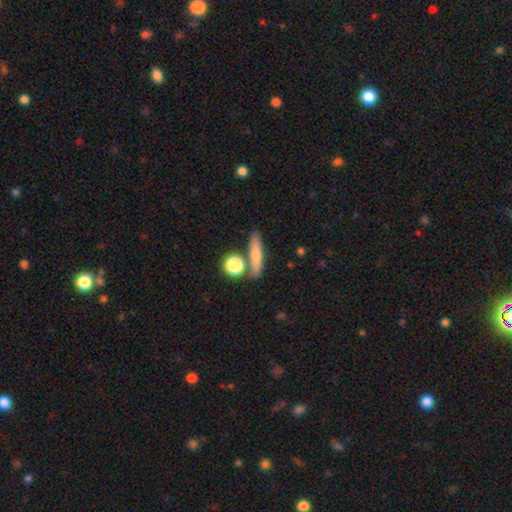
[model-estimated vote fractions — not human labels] Morphology: type=smooth (70%); roundness=cigar-shaped (70%); merging=none (76%).